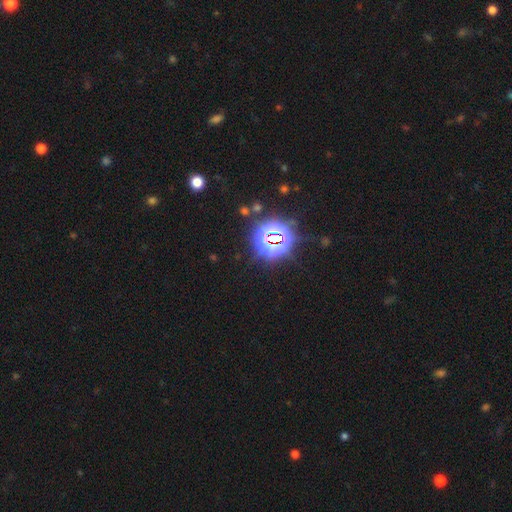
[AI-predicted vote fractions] smooth_or_featured: star or artifact (p=0.85) [alt: smooth p=0.09]